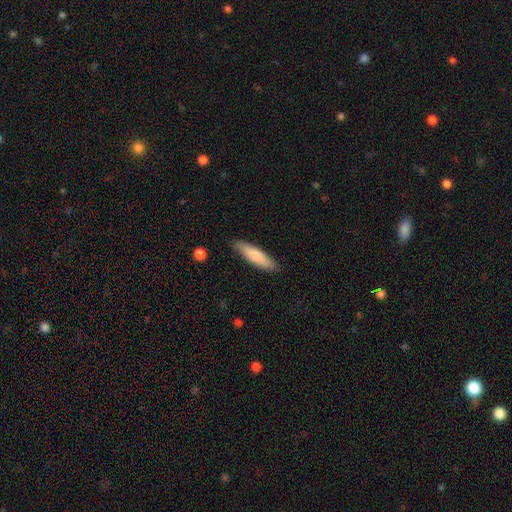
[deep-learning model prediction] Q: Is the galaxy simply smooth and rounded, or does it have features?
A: smooth — 80%.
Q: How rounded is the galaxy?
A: cigar-shaped — 74%.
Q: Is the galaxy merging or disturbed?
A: none — 83%.